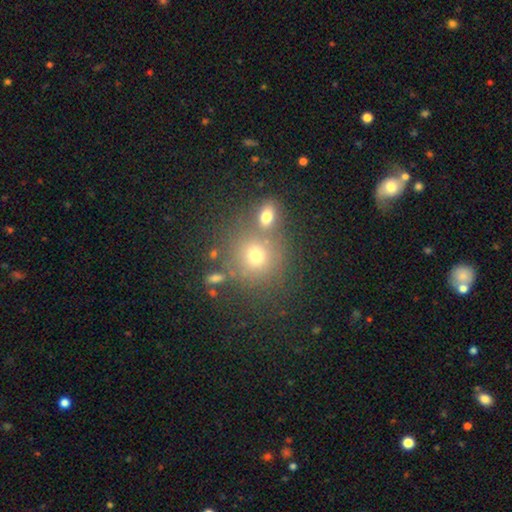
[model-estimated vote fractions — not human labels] Smooth or featured?
  - smooth: 68% *
  - star or artifact: 18%
  - featured or disk: 14%
How rounded?
  - round: 86% *
  - in between: 13%
  - cigar-shaped: 1%
Merging?
  - none: 59% *
  - merger: 26%
  - minor disturbance: 10%
  - major disturbance: 5%